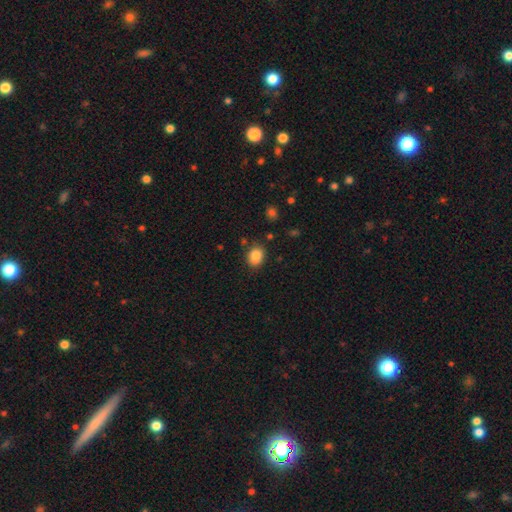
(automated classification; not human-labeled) A smooth galaxy with no disk features (84%) that is in between round and cigar-shaped (53%).

Vote fractions:
- Smooth or featured? smooth: 84% / star or artifact: 9% / featured or disk: 6%
- How rounded? in between: 53% / round: 46% / cigar-shaped: 1%
- Merging? none: 79% / minor disturbance: 14% / merger: 4% / major disturbance: 3%